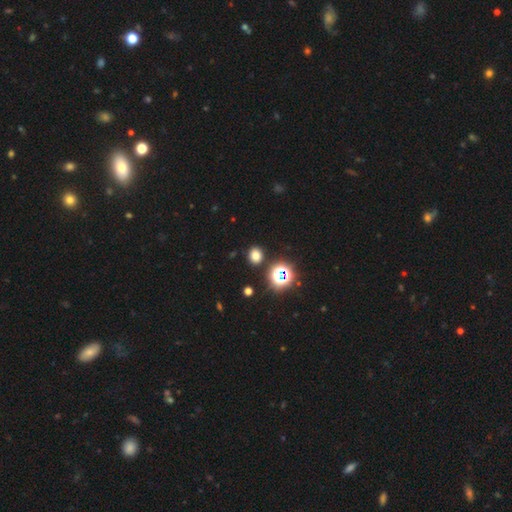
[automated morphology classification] Smooth or featured? smooth (71%)
How rounded? round (69%)
Merging? none (87%)